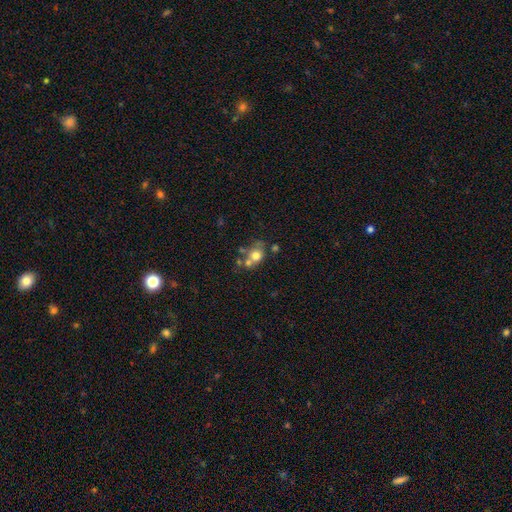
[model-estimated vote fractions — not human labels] A smooth galaxy with no disk features (67%) that is round (67%).

Vote fractions:
- Smooth or featured? smooth: 67% / featured or disk: 21% / star or artifact: 12%
- How rounded? round: 67% / in between: 32% / cigar-shaped: 1%
- Merging? none: 43% / merger: 36% / minor disturbance: 13% / major disturbance: 7%